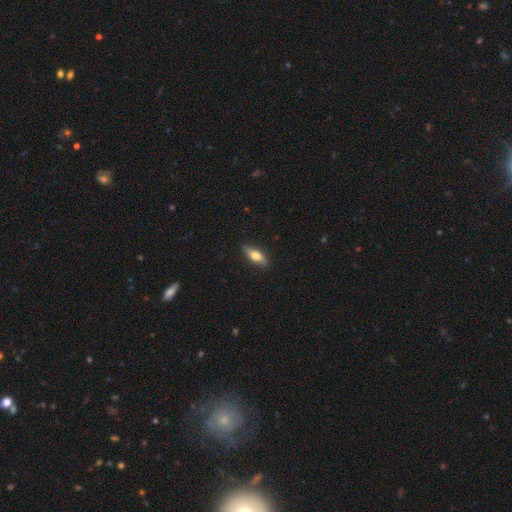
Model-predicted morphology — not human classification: Smooth or featured: smooth — 59% (featured or disk — 35%)
How rounded: in between — 55% (cigar-shaped — 41%)
Merging: none — 86% (minor disturbance — 11%)